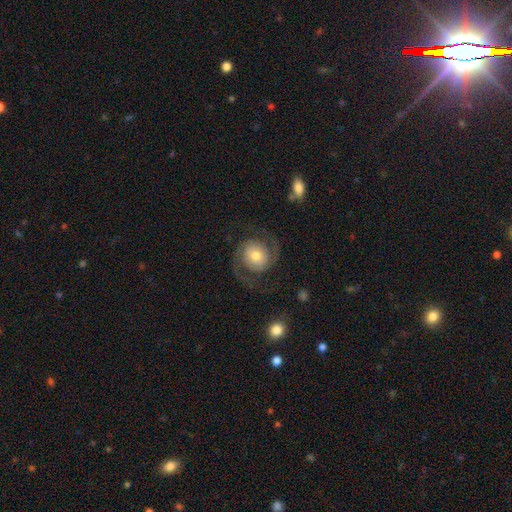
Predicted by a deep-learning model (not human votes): Q: Smooth or featured?
A: featured or disk (83%); runner-up: smooth (11%)
Q: Edge-on disk?
A: no (98%); runner-up: yes (2%)
Q: Bar?
A: no (72%); runner-up: weak (22%)
Q: Spiral arms?
A: yes (97%); runner-up: no (3%)
Q: Spiral winding?
A: medium (50%); runner-up: loose (26%)
Q: Spiral arm count?
A: 2 (93%); runner-up: can't tell (2%)
Q: Bulge size?
A: moderate (58%); runner-up: small (26%)
Q: Merging?
A: none (78%); runner-up: minor disturbance (11%)